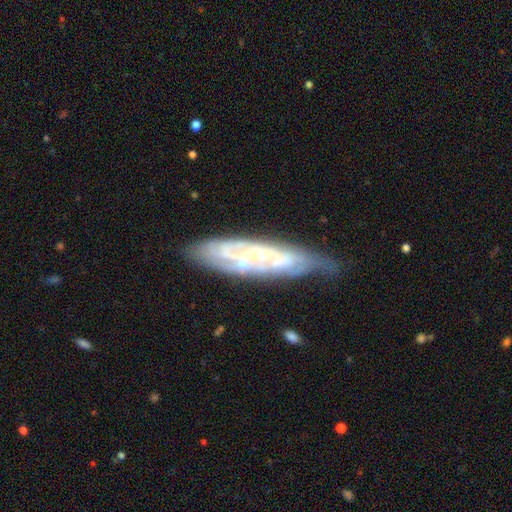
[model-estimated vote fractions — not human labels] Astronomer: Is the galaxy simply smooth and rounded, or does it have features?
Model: featured or disk — 78%.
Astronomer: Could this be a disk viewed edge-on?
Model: no — 70%.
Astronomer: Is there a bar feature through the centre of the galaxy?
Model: no — 52% (runner-up: weak, 32%).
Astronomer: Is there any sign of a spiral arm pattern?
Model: yes — 83%.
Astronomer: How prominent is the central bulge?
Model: small — 47% (runner-up: moderate, 39%).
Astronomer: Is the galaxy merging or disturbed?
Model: none — 65%.